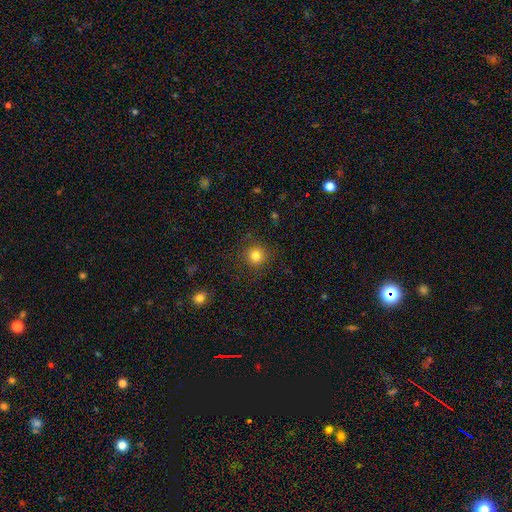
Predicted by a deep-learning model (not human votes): Smooth or featured? Predicted: smooth (p=0.81). How rounded? Predicted: round (p=0.93). Merging? Predicted: none (p=0.87).